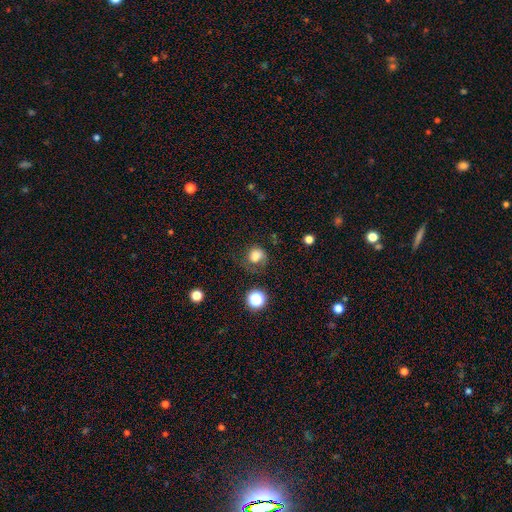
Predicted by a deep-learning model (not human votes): smooth 78%, star or artifact 12%, featured or disk 10%. Down the decision tree: how rounded — round (77%); merging — none (49%).